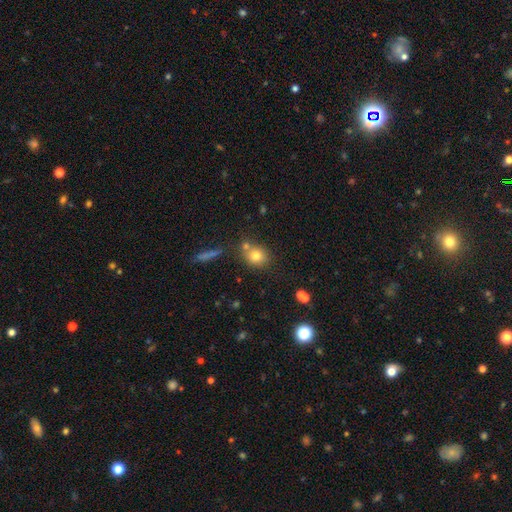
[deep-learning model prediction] smooth_or_featured: smooth (p=0.76) [alt: star or artifact p=0.12]
how_rounded: round (p=0.71) [alt: in between p=0.27]
merging: none (p=0.65) [alt: merger p=0.20]